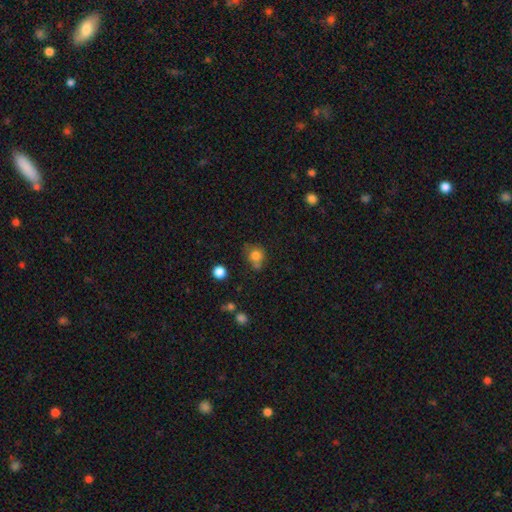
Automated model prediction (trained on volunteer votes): Smooth or featured? smooth (79%)
How rounded? round (76%)
Merging? none (53%)